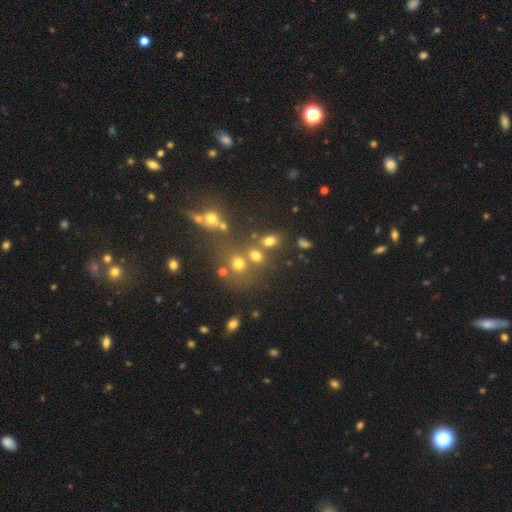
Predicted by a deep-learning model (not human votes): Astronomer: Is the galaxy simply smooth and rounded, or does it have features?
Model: smooth — 67%.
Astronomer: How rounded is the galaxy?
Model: round — 53% (runner-up: in between, 45%).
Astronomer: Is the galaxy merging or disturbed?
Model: none — 53% (runner-up: merger, 30%).